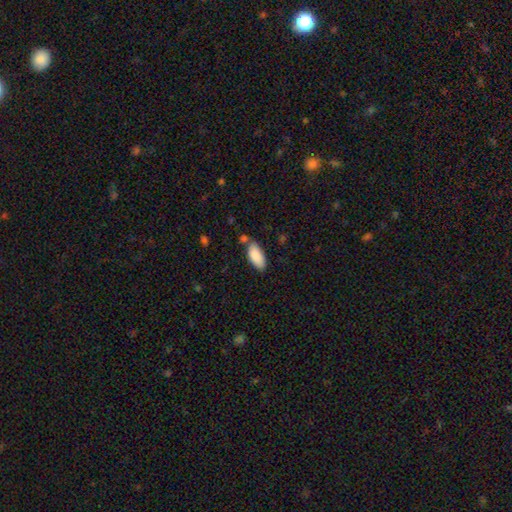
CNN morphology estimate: Smooth or featured? Predicted: smooth (p=0.88). How rounded? Predicted: in between (p=0.88). Merging? Predicted: none (p=0.67).